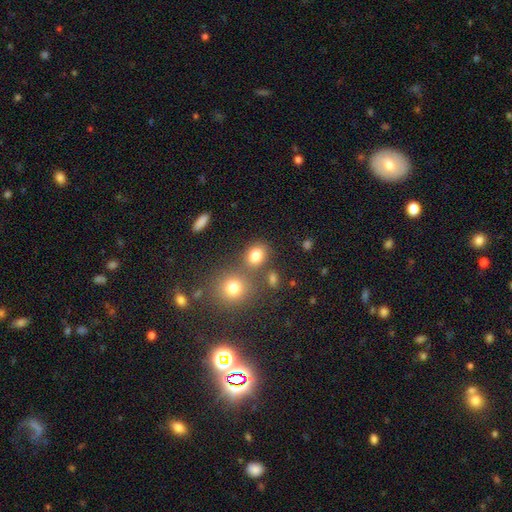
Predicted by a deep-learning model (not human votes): The model was most divided on "how rounded": round: 52%, in between: 46%, cigar-shaped: 2%. More confident: smooth or featured — smooth (79%); merging — none (65%).